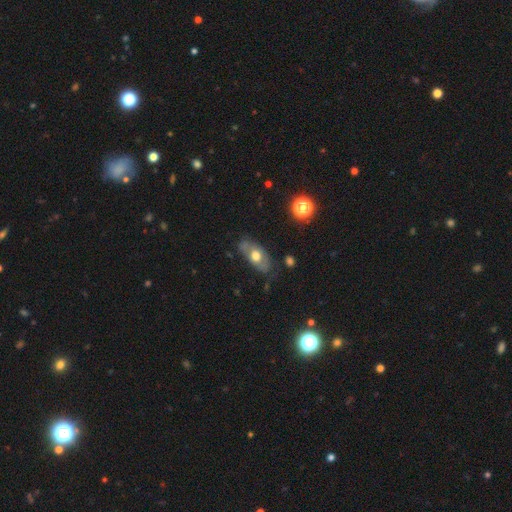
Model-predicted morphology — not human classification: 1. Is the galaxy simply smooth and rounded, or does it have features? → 52% smooth, 41% featured or disk, 7% star or artifact.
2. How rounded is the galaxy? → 85% in between, 8% round, 7% cigar-shaped.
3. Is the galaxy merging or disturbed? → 68% none, 23% minor disturbance, 7% major disturbance, 2% merger.